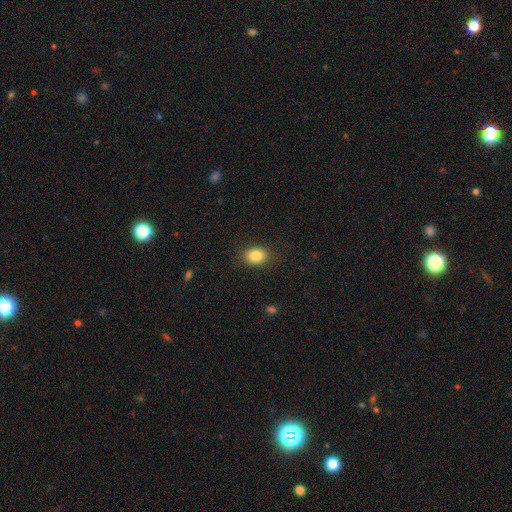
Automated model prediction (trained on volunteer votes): smooth-or-featured: smooth: 84% | star or artifact: 9% | featured or disk: 6%
  how-rounded: in between: 62% | round: 37% | cigar-shaped: 1%
  merging: none: 86% | minor disturbance: 10% | major disturbance: 3% | merger: 1%